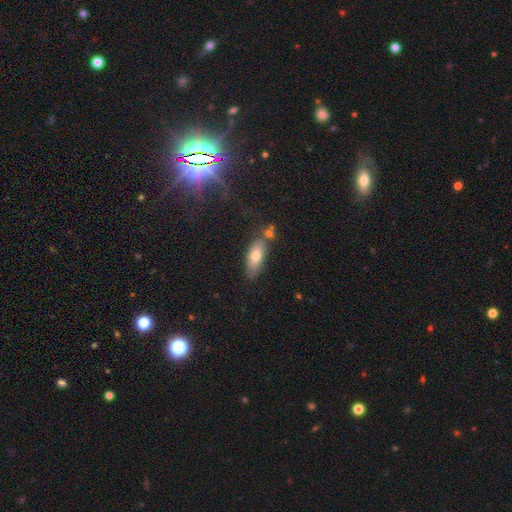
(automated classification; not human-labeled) A smooth galaxy with no disk features (71%) that is in between round and cigar-shaped (73%). Merging: none (68%).